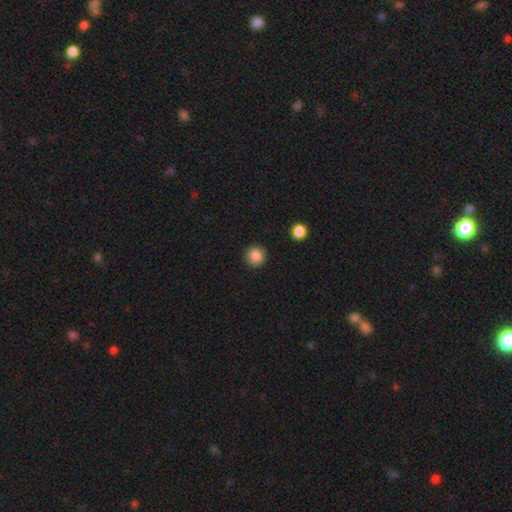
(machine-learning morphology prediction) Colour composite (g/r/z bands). It shows a smooth galaxy with no disk features (85%) that is round (94%). Merging: none (91%).